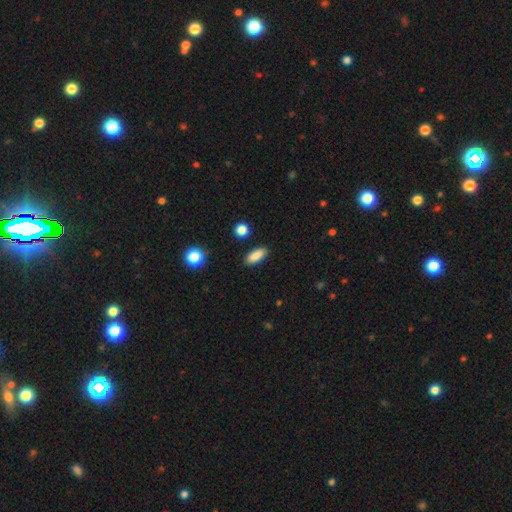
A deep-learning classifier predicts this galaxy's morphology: Smooth or featured? Predicted: smooth (p=0.87). How rounded? Predicted: in between (p=0.75). Merging? Predicted: none (p=0.89).